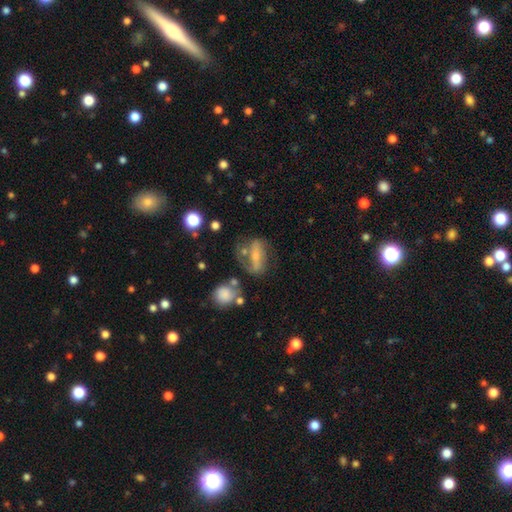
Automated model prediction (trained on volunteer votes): Overall: featured or disk (60%; smooth 29%). Edge-on disk: no (86%). Bar: strong (57%; weak 22%). Spiral arms: yes (70%). Bulge size: small (53%; moderate 30%). Merging: none (52%; minor disturbance 20%).